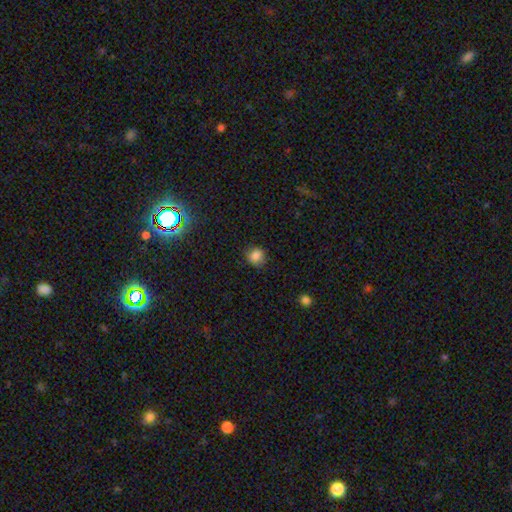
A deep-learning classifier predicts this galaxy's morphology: This appears to be a smooth galaxy with no disk features (84%) that is round (83%). Merging: none (79%).